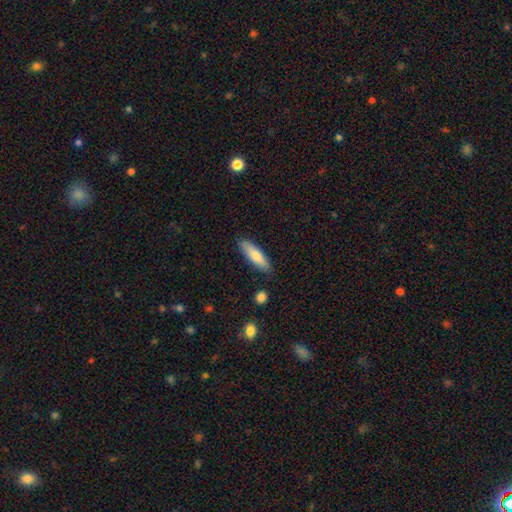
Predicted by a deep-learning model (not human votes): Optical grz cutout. It shows a smooth galaxy with no disk features (76%) that is cigar-shaped (62%). Merging: none (85%).